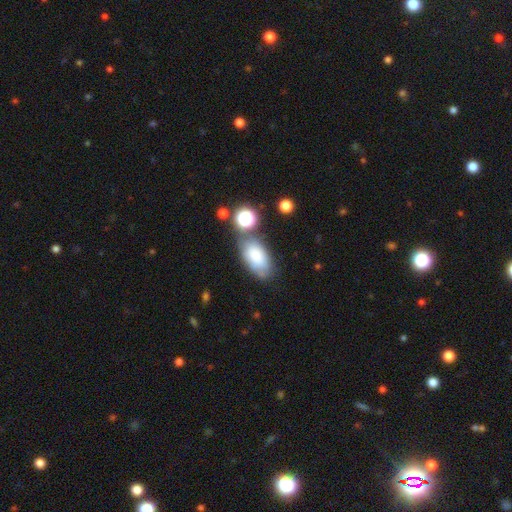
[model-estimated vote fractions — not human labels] This is likely a smooth galaxy (78%). How rounded: clearly in between (92%). Merging: possibly none (60%).